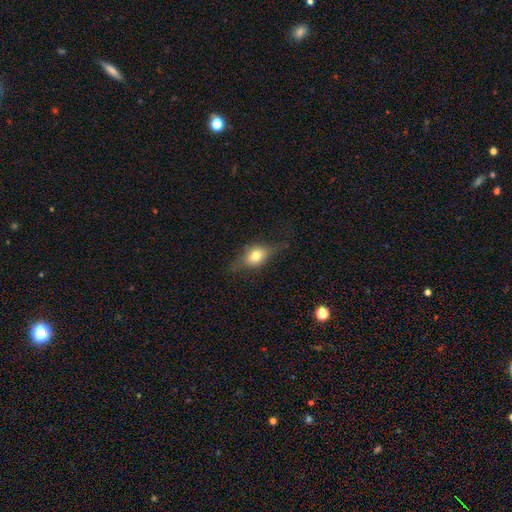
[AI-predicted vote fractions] smooth 53%, featured or disk 37%, star or artifact 10%. Down the decision tree: how rounded — in between (57%); merging — none (65%).